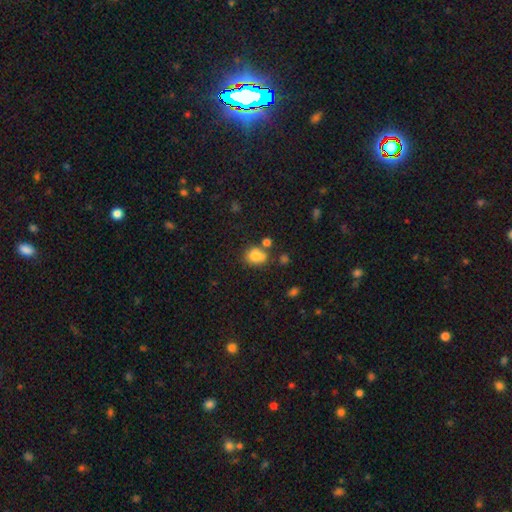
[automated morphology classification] A smooth galaxy with no disk features (77%) that is round (55%). Merging: none (52%).